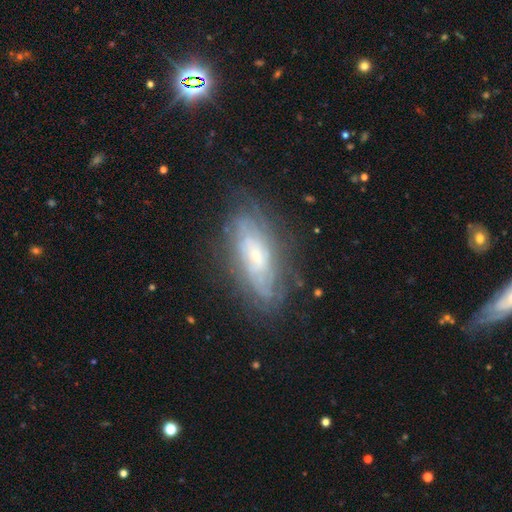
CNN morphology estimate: This is likely a featured or disk galaxy (73%). It is clearly not viewed edge-on (84%). Bar: likely no (67%). Spiral arm pattern: clearly yes (84%). Spiral arm count: likely can't tell (64%). Spiral winding: likely tight (69%). Central bulge: likely small (61%). Merging: likely none (74%).